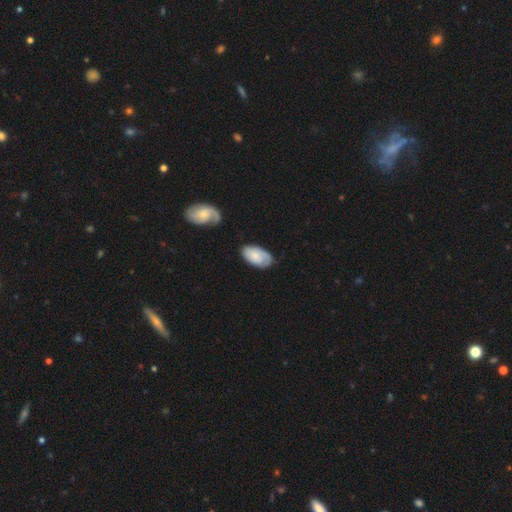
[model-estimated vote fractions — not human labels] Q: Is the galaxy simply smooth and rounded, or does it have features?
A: smooth — 55%.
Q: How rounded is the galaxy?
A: in between — 94%.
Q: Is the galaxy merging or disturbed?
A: none — 69%.